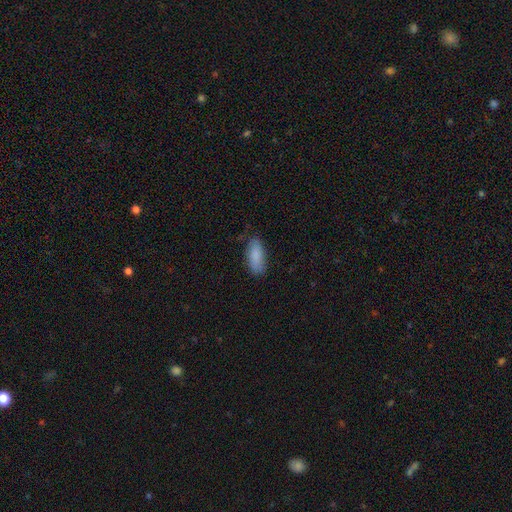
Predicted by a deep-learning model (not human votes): Smooth or featured? Predicted: smooth (p=0.87). How rounded? Predicted: in between (p=0.78). Merging? Predicted: none (p=0.80).